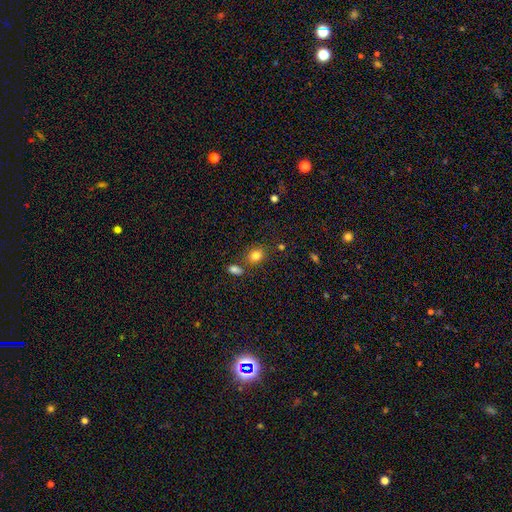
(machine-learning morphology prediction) Smooth or featured: smooth — 82% (star or artifact — 11%)
How rounded: in between — 52% (round — 47%)
Merging: none — 71% (merger — 13%)